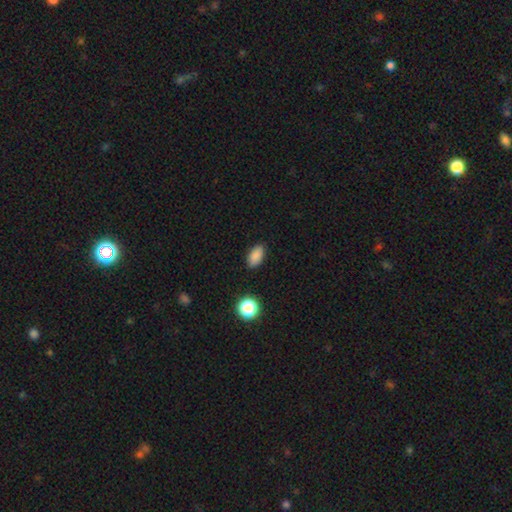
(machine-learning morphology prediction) Overall: smooth (86%). How rounded: in between (90%). Merging: none (87%).